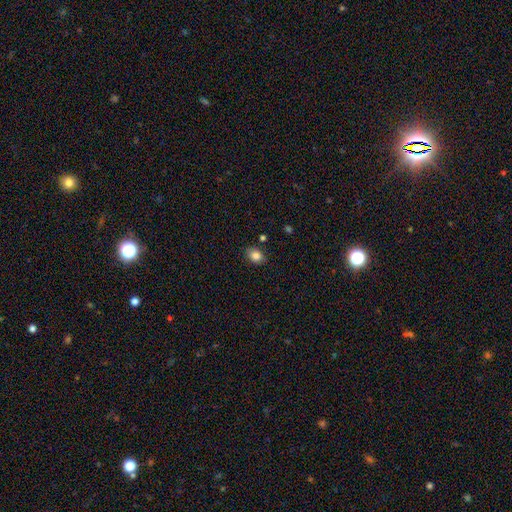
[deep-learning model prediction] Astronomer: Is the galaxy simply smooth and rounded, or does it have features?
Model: smooth — 84%.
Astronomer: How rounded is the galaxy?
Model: in between — 64%.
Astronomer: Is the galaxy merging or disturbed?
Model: none — 83%.